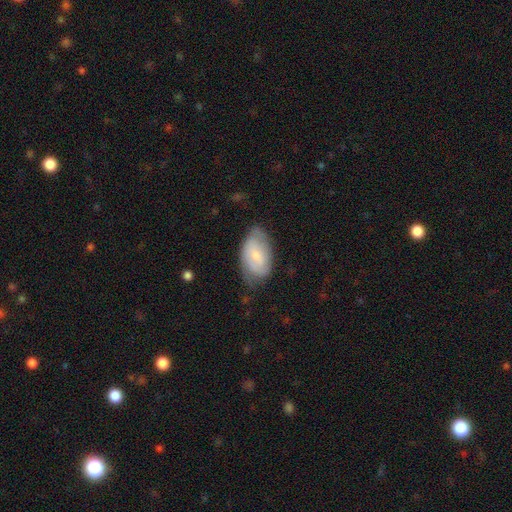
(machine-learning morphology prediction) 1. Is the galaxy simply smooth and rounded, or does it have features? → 53% smooth, 40% featured or disk, 6% star or artifact.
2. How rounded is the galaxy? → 92% in between, 6% round, 2% cigar-shaped.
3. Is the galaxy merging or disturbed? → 60% none, 31% minor disturbance, 8% major disturbance, 1% merger.